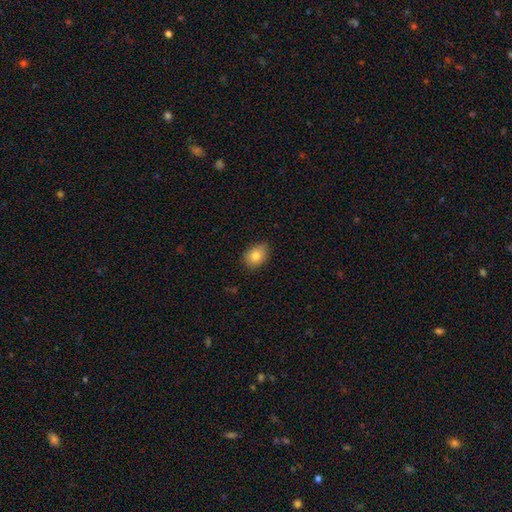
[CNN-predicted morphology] smooth 81%, featured or disk 11%, star or artifact 8%. Down the decision tree: how rounded — in between (73%); merging — none (81%).